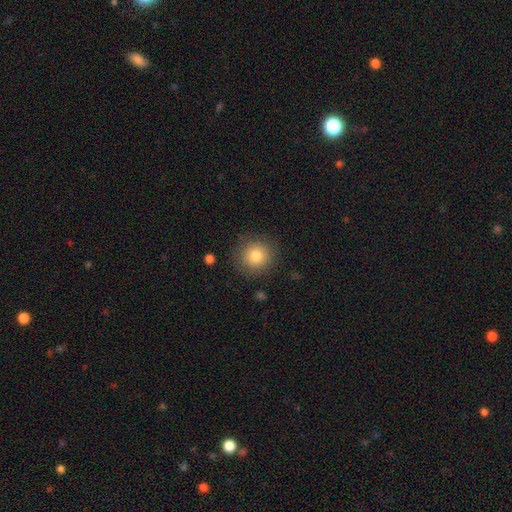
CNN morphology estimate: Smooth or featured? Predicted: smooth (p=0.81). How rounded? Predicted: round (p=0.92). Merging? Predicted: none (p=0.87).